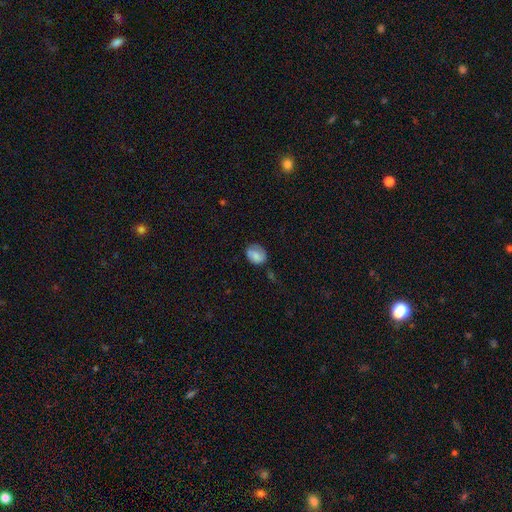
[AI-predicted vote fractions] smooth_or_featured: smooth (p=0.76) [alt: featured or disk p=0.16]
how_rounded: in between (p=0.59) [alt: round p=0.40]
merging: none (p=0.58) [alt: minor disturbance p=0.29]